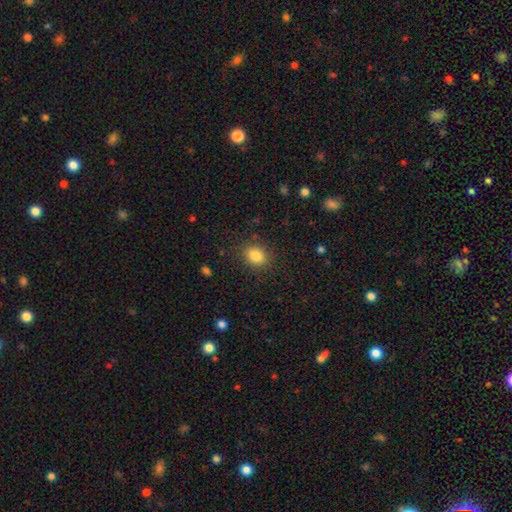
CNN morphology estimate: Smooth or featured? Predicted: smooth (p=0.83). How rounded? Predicted: round (p=0.55). Merging? Predicted: none (p=0.86).